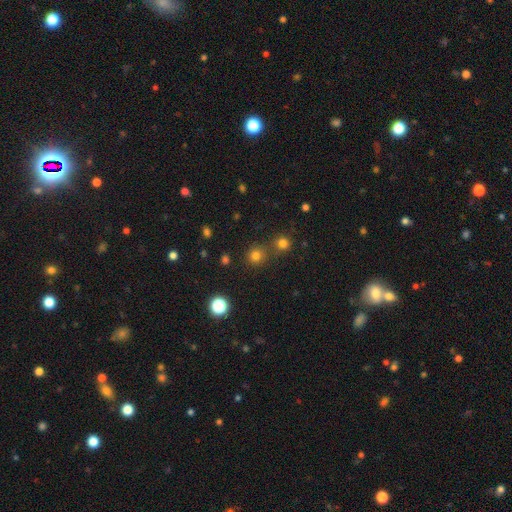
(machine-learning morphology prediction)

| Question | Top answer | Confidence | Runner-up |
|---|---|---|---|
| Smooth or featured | smooth | 74% | star or artifact (20%) |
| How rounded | round | 91% | in between (8%) |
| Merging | none | 72% | merger (17%) |